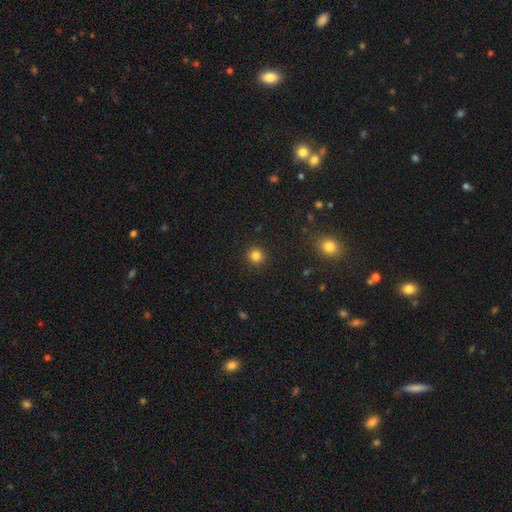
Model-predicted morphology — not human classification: A smooth galaxy with no disk features (82%) that is round (93%).

Vote fractions:
- Smooth or featured? smooth: 82% / star or artifact: 13% / featured or disk: 5%
- How rounded? round: 93% / in between: 6% / cigar-shaped: 1%
- Merging? none: 91% / minor disturbance: 6% / major disturbance: 2% / merger: 1%